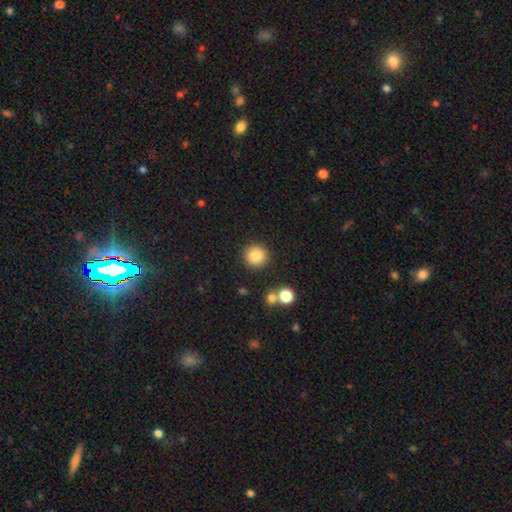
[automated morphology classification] type=smooth (85%); roundness=round (94%); merging=none (88%).